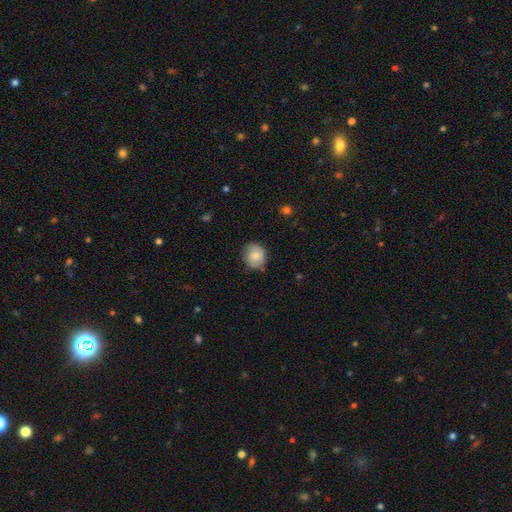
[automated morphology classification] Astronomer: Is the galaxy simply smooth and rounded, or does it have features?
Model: smooth — 73%.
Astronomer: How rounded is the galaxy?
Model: round — 74%.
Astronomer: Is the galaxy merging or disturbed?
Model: none — 71%.